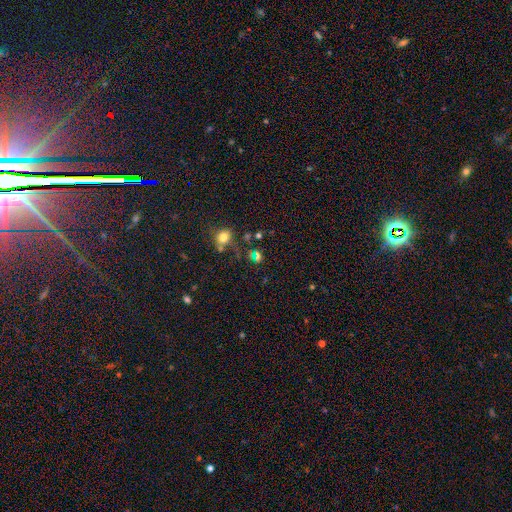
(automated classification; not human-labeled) A smooth galaxy with no disk features (49%).

Vote fractions:
- Smooth or featured? smooth: 49% / star or artifact: 39% / featured or disk: 13%
- Merging? none: 56% / merger: 20% / minor disturbance: 13% / major disturbance: 11%